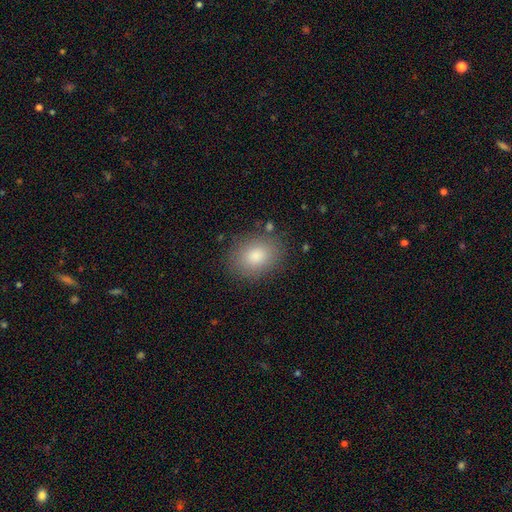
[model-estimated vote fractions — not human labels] smooth 83%, star or artifact 9%, featured or disk 8%. Down the decision tree: how rounded — in between (61%); merging — none (85%).